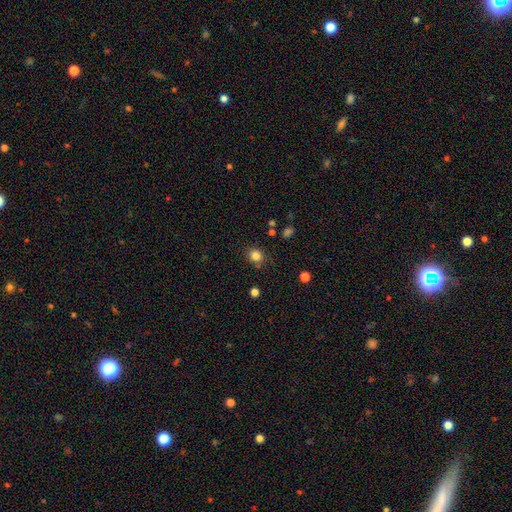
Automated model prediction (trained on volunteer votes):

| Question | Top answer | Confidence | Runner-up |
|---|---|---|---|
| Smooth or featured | smooth | 83% | star or artifact (12%) |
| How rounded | round | 71% | in between (28%) |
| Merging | none | 77% | minor disturbance (14%) |